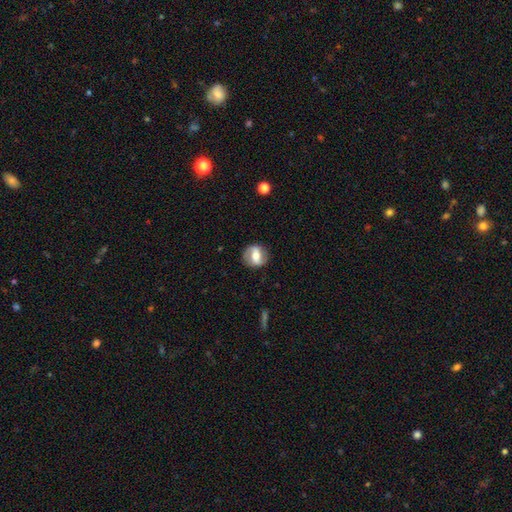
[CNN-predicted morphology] smooth-or-featured: featured or disk: 58% | smooth: 35% | star or artifact: 7%
  disk-edge-on: no: 94% | yes: 6%
    bar: strong: 42% | weak: 37% | no: 21%
    has-spiral-arms: yes: 70% | no: 30%
    bulge-size: moderate: 65% | large: 16% | small: 16% | dominant: 2% | none: 2%
  merging: none: 83% | minor disturbance: 12% | major disturbance: 4% | merger: 1%